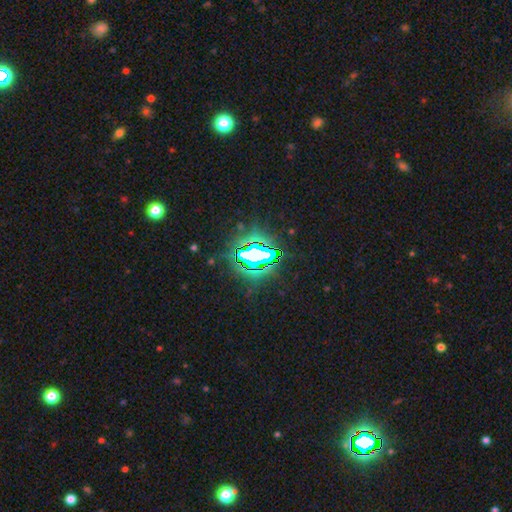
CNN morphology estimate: The model was most divided on "smooth or featured": star or artifact: 78%, featured or disk: 11%, smooth: 11%.